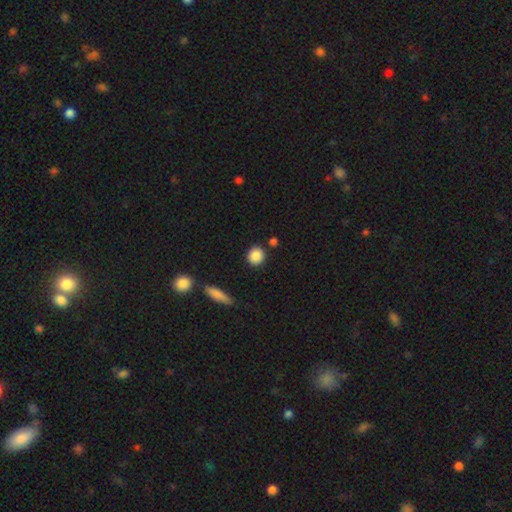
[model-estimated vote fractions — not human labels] Smooth or featured? Predicted: smooth (p=0.88). How rounded? Predicted: round (p=0.82). Merging? Predicted: none (p=0.84).